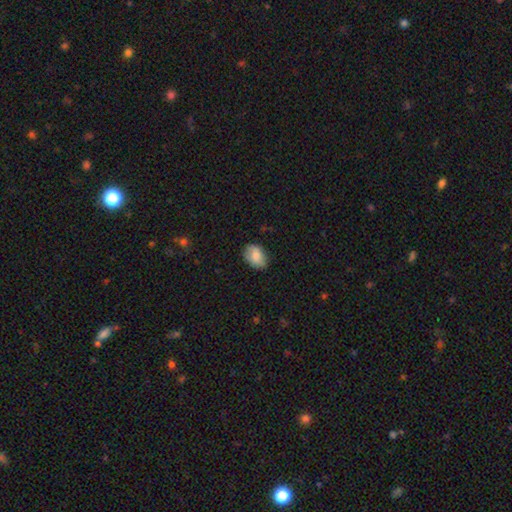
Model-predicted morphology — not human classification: Q: Smooth or featured?
A: smooth (79%); runner-up: featured or disk (14%)
Q: How rounded?
A: in between (78%); runner-up: round (21%)
Q: Merging?
A: none (77%); runner-up: minor disturbance (19%)